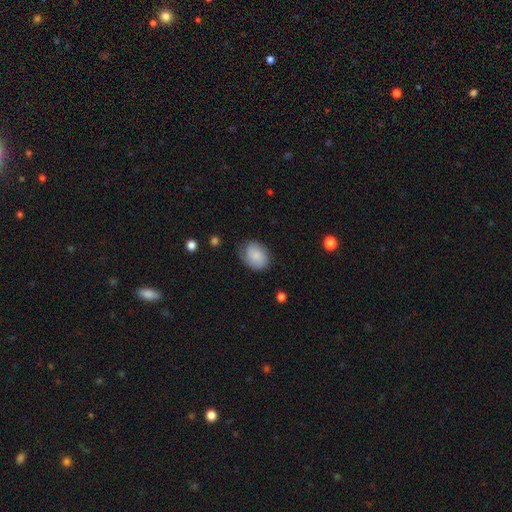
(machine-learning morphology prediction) smooth_or_featured: smooth (p=0.72) [alt: featured or disk p=0.21]
how_rounded: in between (p=0.65) [alt: round p=0.34]
merging: none (p=0.65) [alt: minor disturbance p=0.25]